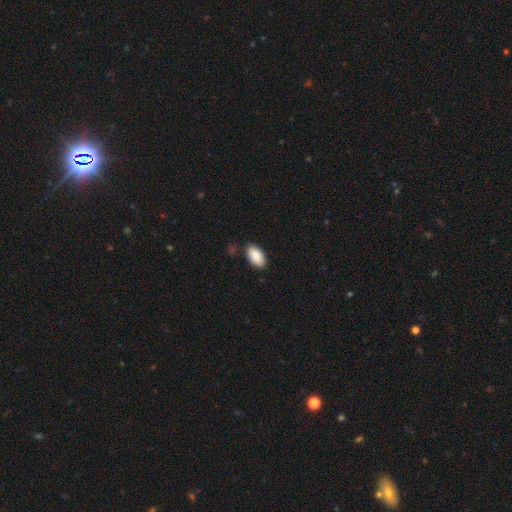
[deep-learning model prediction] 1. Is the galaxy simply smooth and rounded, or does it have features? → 90% smooth, 6% star or artifact, 4% featured or disk.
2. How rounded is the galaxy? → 95% in between, 3% round, 2% cigar-shaped.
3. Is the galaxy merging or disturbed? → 84% none, 12% minor disturbance, 2% major disturbance, 2% merger.